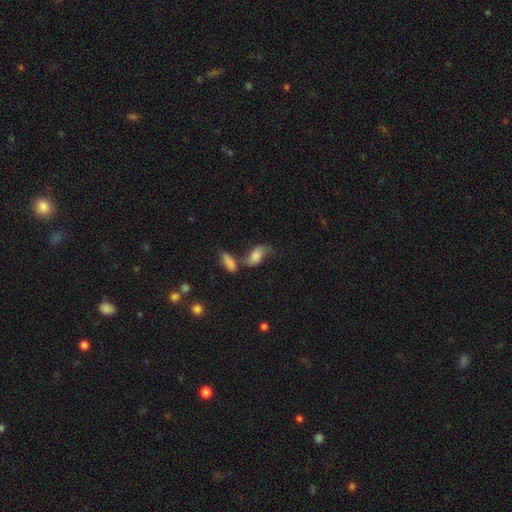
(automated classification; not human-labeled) smooth-or-featured: smooth: 64% | featured or disk: 27% | star or artifact: 9%
  how-rounded: in between: 85% | cigar-shaped: 11% | round: 5%
  merging: none: 38% | merger: 32% | minor disturbance: 19% | major disturbance: 11%